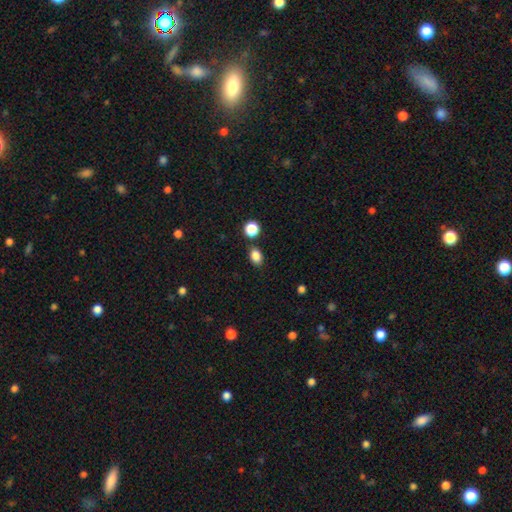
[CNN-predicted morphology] smooth-or-featured: smooth: 86% | star or artifact: 10% | featured or disk: 4%
  how-rounded: in between: 72% | round: 26% | cigar-shaped: 1%
  merging: none: 81% | minor disturbance: 10% | merger: 6% | major disturbance: 3%